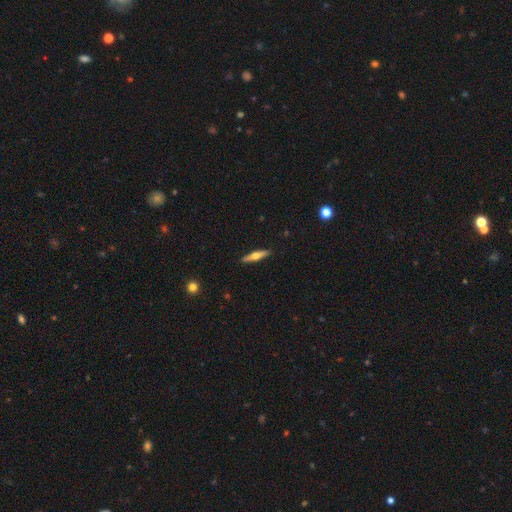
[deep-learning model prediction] A featured or disk galaxy (51%) viewed edge-on (94%).

Vote fractions:
- Smooth or featured? featured or disk: 51% / smooth: 43% / star or artifact: 6%
- Edge-on disk? yes: 94% / no: 6%
- Merging? none: 91% / minor disturbance: 7% / major disturbance: 1% / merger: 1%